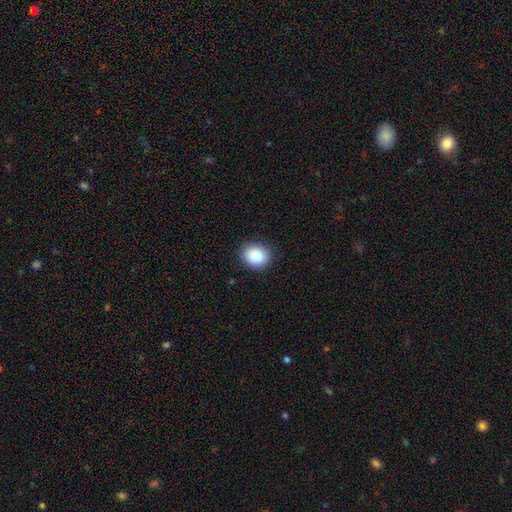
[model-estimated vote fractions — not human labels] This is clearly a smooth galaxy (89%). How rounded: possibly round (53%). Merging: clearly none (86%).